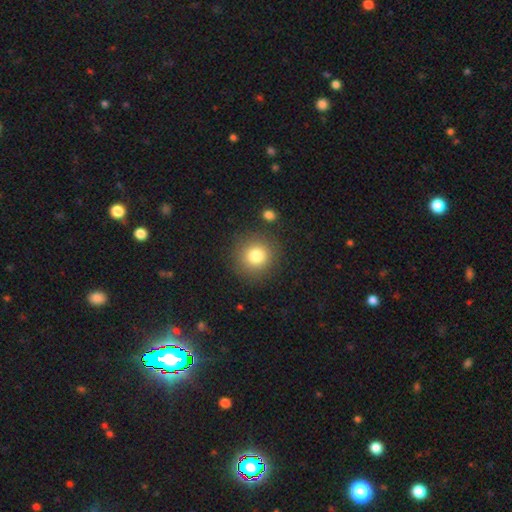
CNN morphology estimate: Q: Smooth or featured?
A: smooth (80%); runner-up: star or artifact (12%)
Q: How rounded?
A: round (93%); runner-up: in between (6%)
Q: Merging?
A: none (86%); runner-up: minor disturbance (7%)